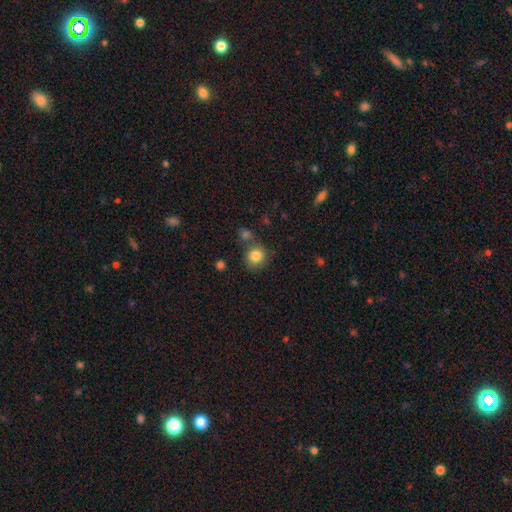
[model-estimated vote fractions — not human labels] Q: Smooth or featured?
A: smooth (83%); runner-up: star or artifact (10%)
Q: How rounded?
A: round (84%); runner-up: in between (15%)
Q: Merging?
A: none (69%); runner-up: merger (14%)